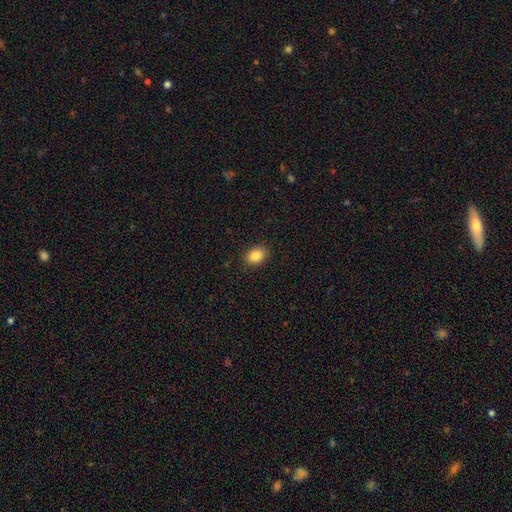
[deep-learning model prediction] This is clearly a smooth galaxy (86%). How rounded: likely in between (73%). Merging: clearly none (89%).